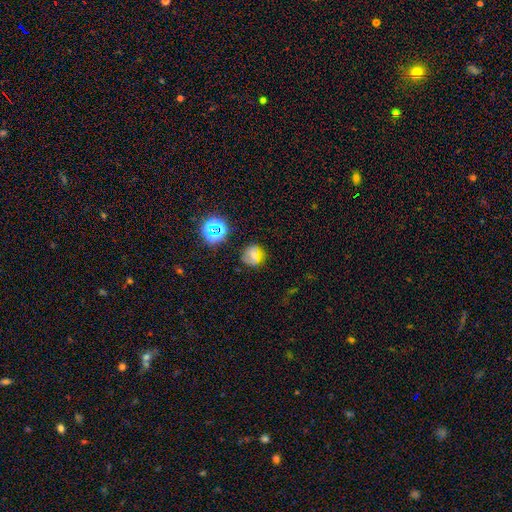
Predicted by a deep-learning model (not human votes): Smooth or featured: smooth — 59% (star or artifact — 23%)
How rounded: round — 81% (in between — 18%)
Merging: none — 77% (minor disturbance — 15%)